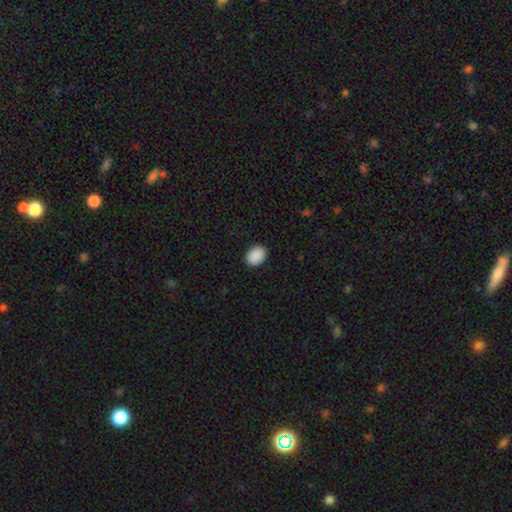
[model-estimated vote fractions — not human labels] This is clearly a smooth galaxy (91%). How rounded: likely in between (75%). Merging: clearly none (90%).